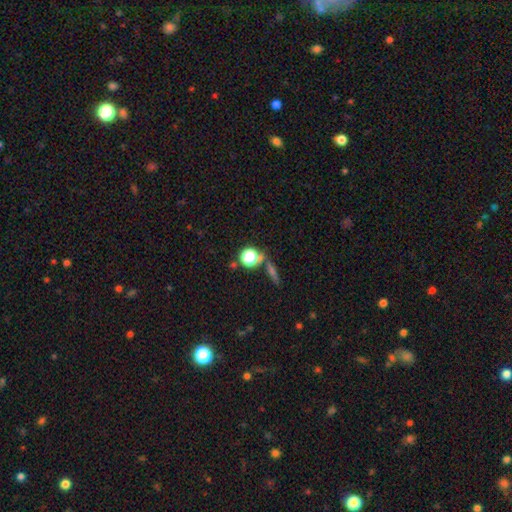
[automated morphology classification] smooth-or-featured: star or artifact: 51% | smooth: 35% | featured or disk: 14%